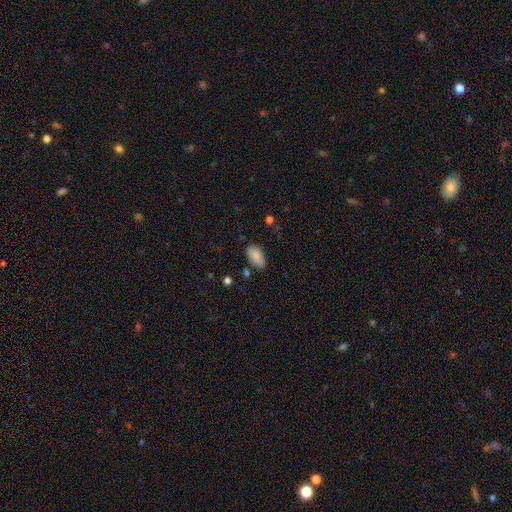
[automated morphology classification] Smooth or featured? smooth (85%)
How rounded? in between (93%)
Merging? none (69%)